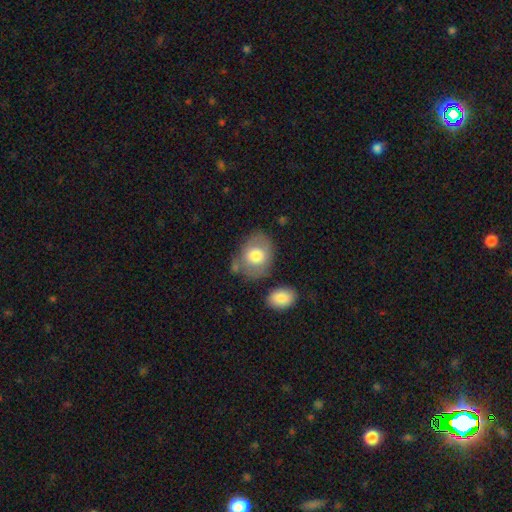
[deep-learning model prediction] This is likely a smooth galaxy (68%). How rounded: possibly in between (55%). Merging: likely none (60%).